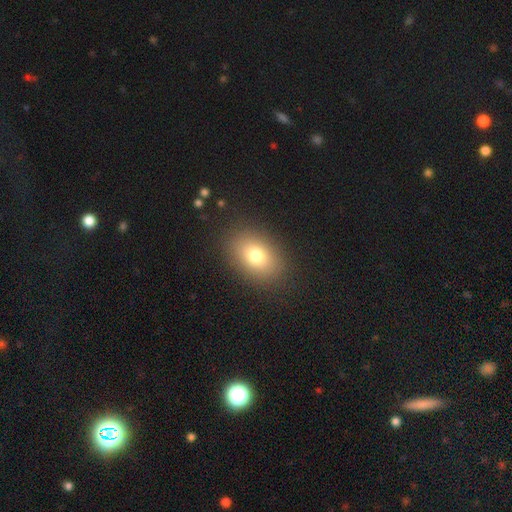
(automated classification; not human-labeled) Smooth or featured: smooth — 77% (star or artifact — 12%)
How rounded: in between — 75% (round — 24%)
Merging: none — 87% (minor disturbance — 8%)